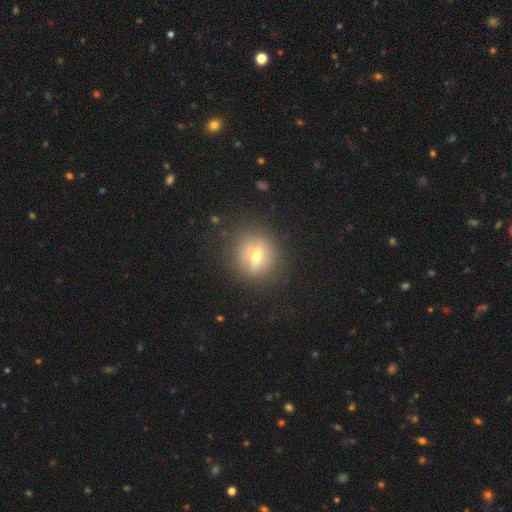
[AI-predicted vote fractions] smooth 45%, featured or disk 42%, star or artifact 13%. Down the decision tree: merging — none (81%).